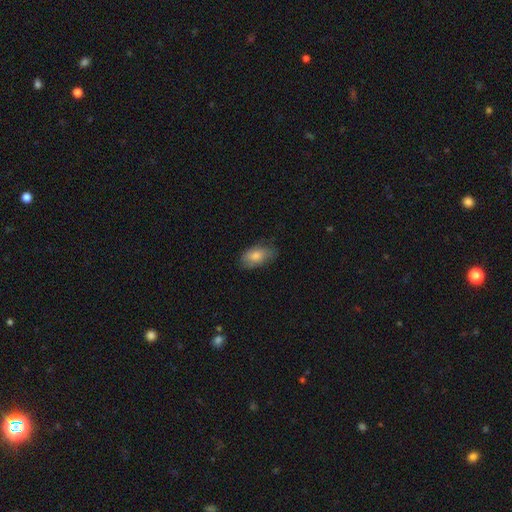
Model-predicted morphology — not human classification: Smooth or featured? smooth (76%)
How rounded? in between (90%)
Merging? none (70%)